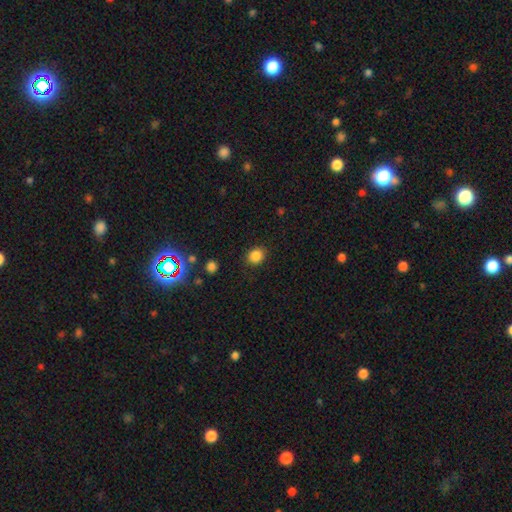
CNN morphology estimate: type=smooth (85%); roundness=round (76%); merging=none (87%).